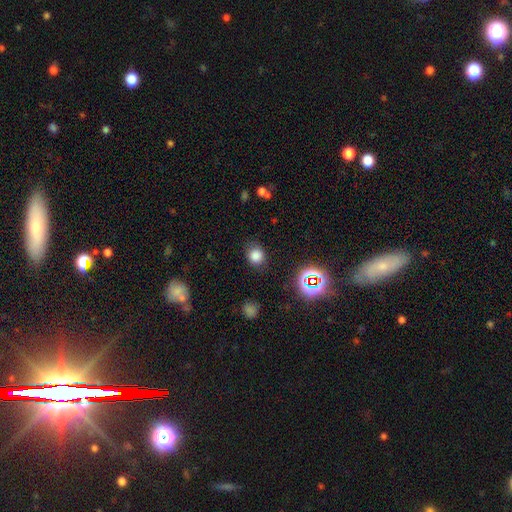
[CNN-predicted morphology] smooth_or_featured: smooth (p=0.78) [alt: star or artifact p=0.17]
how_rounded: round (p=0.74) [alt: in between p=0.25]
merging: none (p=0.80) [alt: minor disturbance p=0.14]